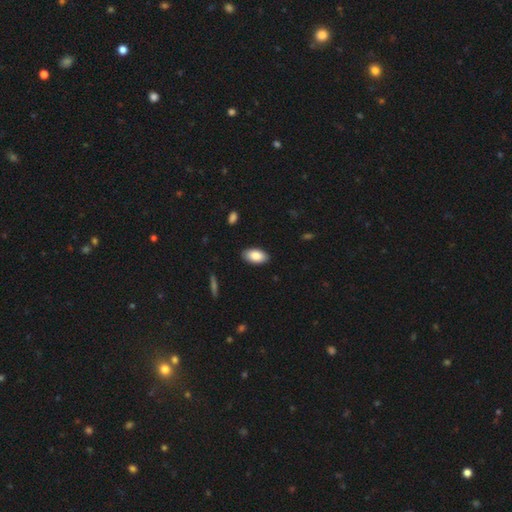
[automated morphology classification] This appears to be a smooth galaxy with no disk features (86%) that is in between round and cigar-shaped (95%). Merging: none (88%).